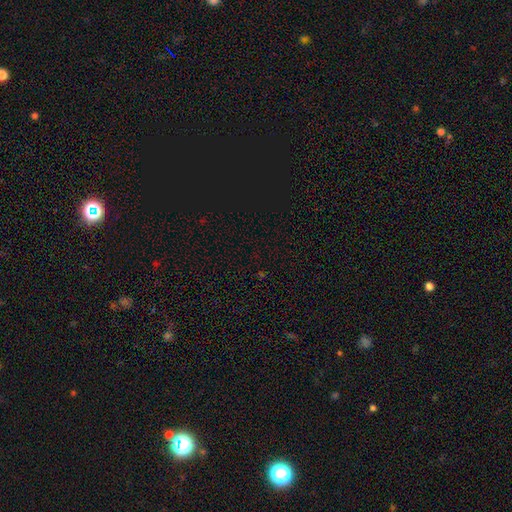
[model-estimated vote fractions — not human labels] Morphology: type=star or artifact (69%).